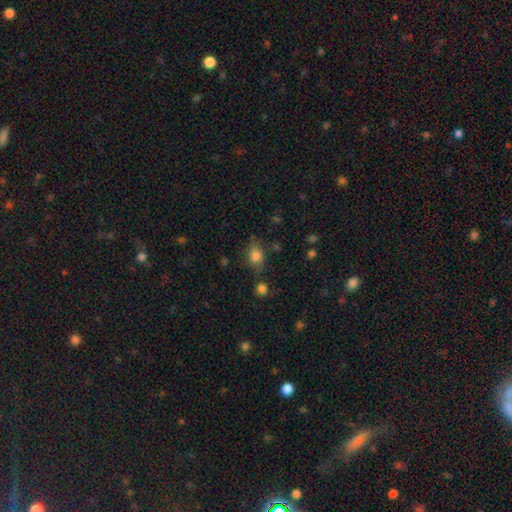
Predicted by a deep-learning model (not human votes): smooth_or_featured: smooth (p=0.82) [alt: star or artifact p=0.10]
how_rounded: in between (p=0.67) [alt: round p=0.31]
merging: none (p=0.64) [alt: minor disturbance p=0.21]